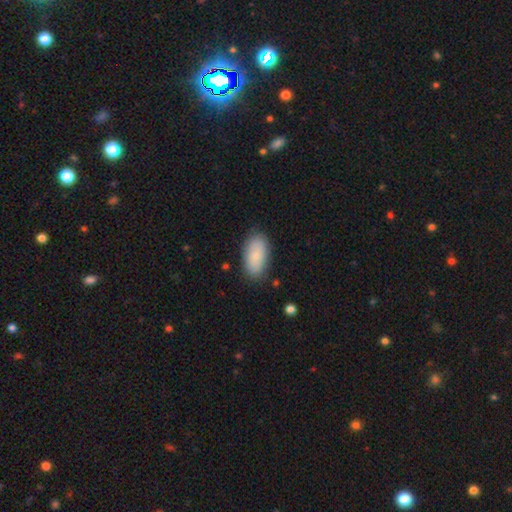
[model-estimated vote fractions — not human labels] Q: Smooth or featured?
A: smooth (77%); runner-up: featured or disk (16%)
Q: How rounded?
A: in between (94%); runner-up: round (3%)
Q: Merging?
A: none (83%); runner-up: minor disturbance (12%)